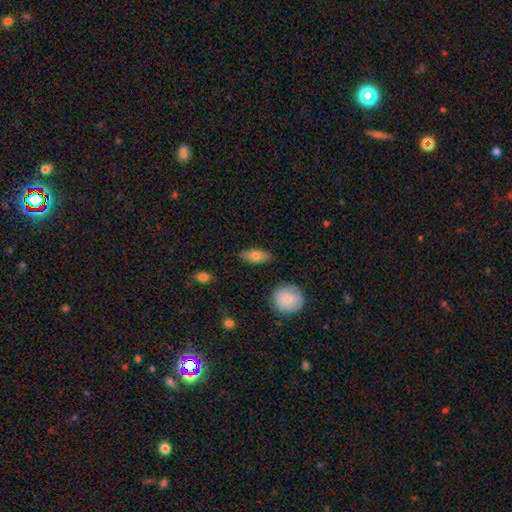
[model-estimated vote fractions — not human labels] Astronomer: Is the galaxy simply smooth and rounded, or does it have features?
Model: smooth — 73%.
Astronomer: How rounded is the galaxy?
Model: in between — 79%.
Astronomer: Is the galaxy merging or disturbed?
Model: none — 85%.